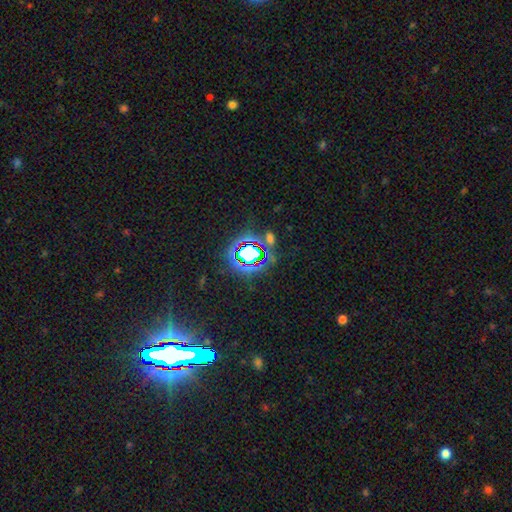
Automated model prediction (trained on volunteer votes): The model was most divided on "smooth or featured": star or artifact: 80%, smooth: 10%, featured or disk: 10%.